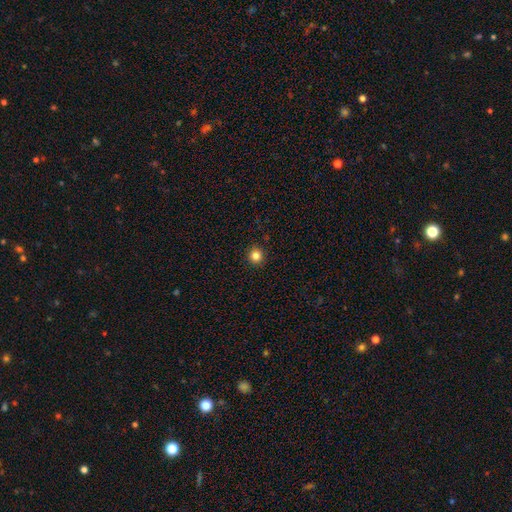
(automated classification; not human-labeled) Q: Smooth or featured?
A: smooth (84%); runner-up: star or artifact (12%)
Q: How rounded?
A: round (93%); runner-up: in between (6%)
Q: Merging?
A: none (93%); runner-up: minor disturbance (5%)